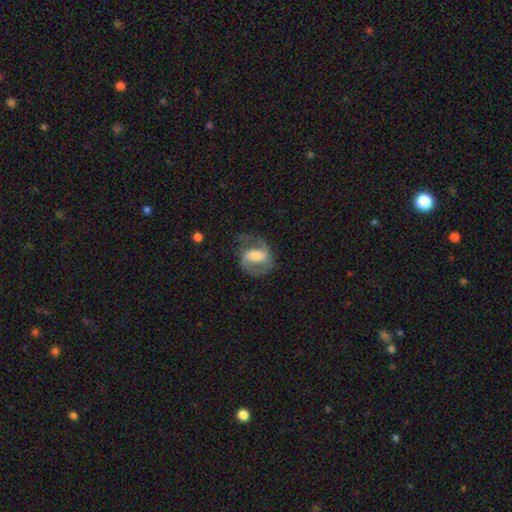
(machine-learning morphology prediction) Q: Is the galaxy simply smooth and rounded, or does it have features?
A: featured or disk — 78%.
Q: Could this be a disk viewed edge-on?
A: no — 97%.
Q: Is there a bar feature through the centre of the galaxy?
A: weak — 43%.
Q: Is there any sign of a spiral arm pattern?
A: yes — 92%.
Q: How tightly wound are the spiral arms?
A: medium — 54%.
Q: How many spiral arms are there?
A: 2 — 87%.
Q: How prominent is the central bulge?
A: moderate — 52%.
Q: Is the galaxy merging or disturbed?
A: none — 65%.